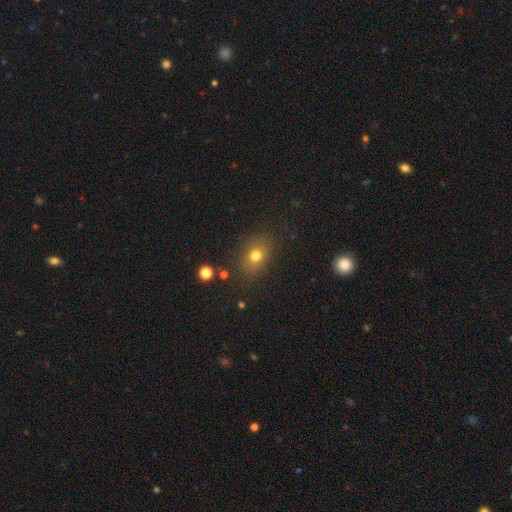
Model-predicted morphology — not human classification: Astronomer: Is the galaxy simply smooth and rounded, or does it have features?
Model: smooth — 75%.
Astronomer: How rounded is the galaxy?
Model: in between — 55% (runner-up: round, 43%).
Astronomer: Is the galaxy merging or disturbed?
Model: none — 83%.